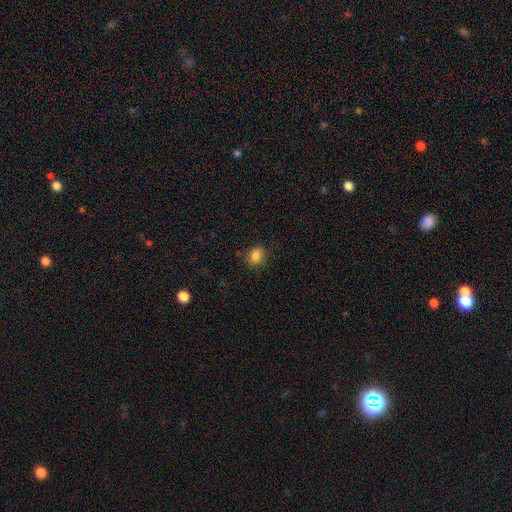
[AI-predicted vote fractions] Smooth or featured? smooth (84%)
How rounded? round (55%)
Merging? none (82%)